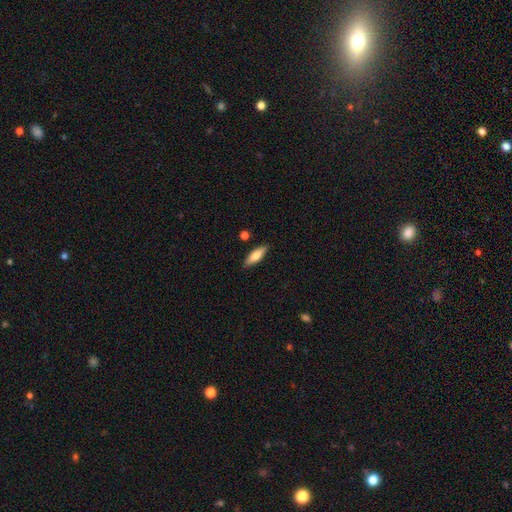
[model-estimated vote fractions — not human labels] Smooth or featured: smooth — 64% (featured or disk — 30%)
How rounded: cigar-shaped — 52% (in between — 46%)
Merging: none — 86% (minor disturbance — 10%)